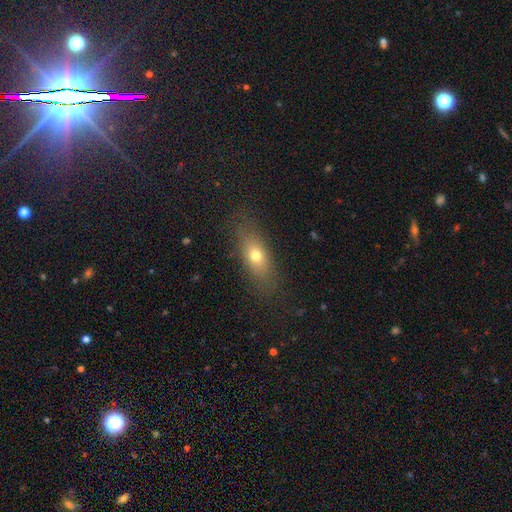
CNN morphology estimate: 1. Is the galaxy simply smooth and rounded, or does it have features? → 70% smooth, 20% featured or disk, 10% star or artifact.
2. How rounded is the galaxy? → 72% in between, 19% cigar-shaped, 9% round.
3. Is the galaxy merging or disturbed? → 80% none, 13% minor disturbance, 6% major disturbance, 1% merger.